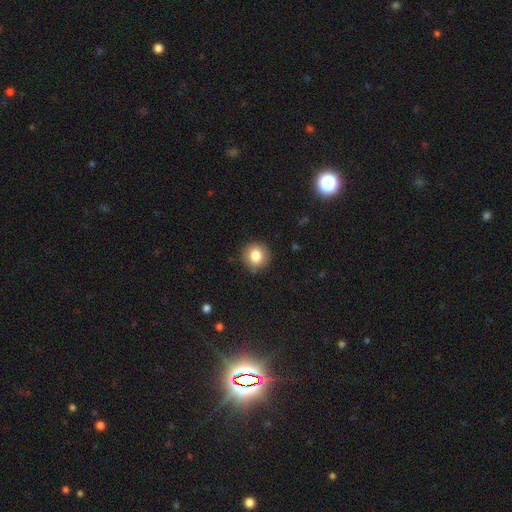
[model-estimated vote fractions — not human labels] This appears to be a smooth galaxy with no disk features (83%) that is round (92%). Merging: none (89%).